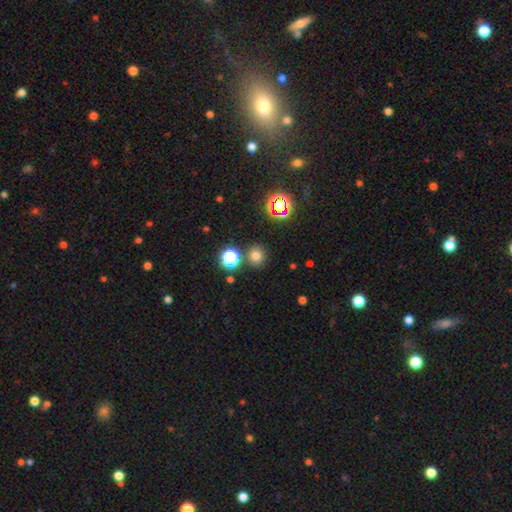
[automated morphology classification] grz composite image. It shows a smooth galaxy with no disk features (71%) that is round (89%). Merging: none (84%).